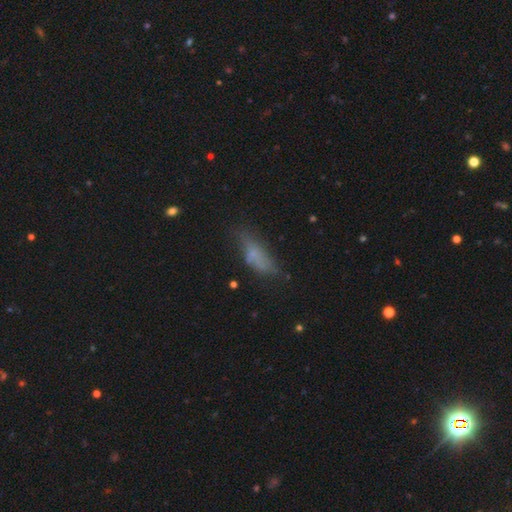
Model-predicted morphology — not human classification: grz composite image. It shows a smooth galaxy with no disk features (60%) that is in between round and cigar-shaped (57%). Merging: none (46%).